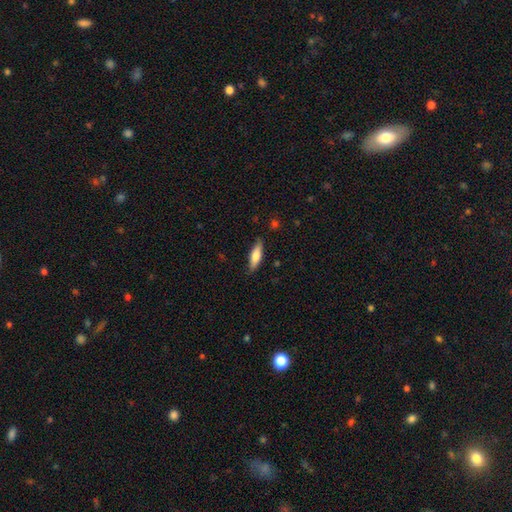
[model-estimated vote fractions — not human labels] smooth 70%, featured or disk 24%, star or artifact 6%. Down the decision tree: how rounded — cigar-shaped (53%); merging — none (84%).